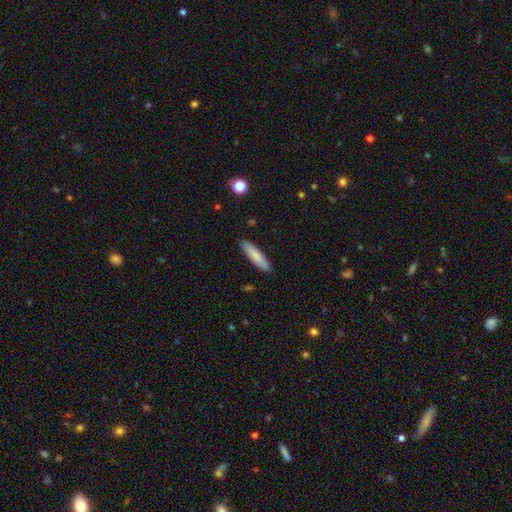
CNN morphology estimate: Overall: smooth (81%). How rounded: cigar-shaped (76%). Merging: none (88%).